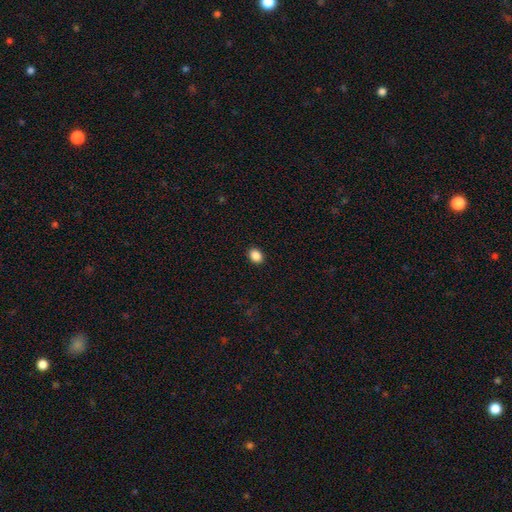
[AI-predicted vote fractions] Overall: smooth (88%). How rounded: in between (56%; round 43%). Merging: none (91%).